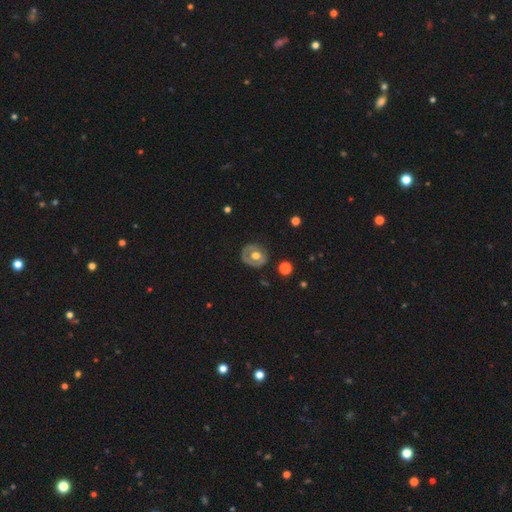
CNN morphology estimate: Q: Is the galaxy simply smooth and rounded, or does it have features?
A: featured or disk — 52%.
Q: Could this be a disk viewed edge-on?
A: no — 95%.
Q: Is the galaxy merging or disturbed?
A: none — 75%.